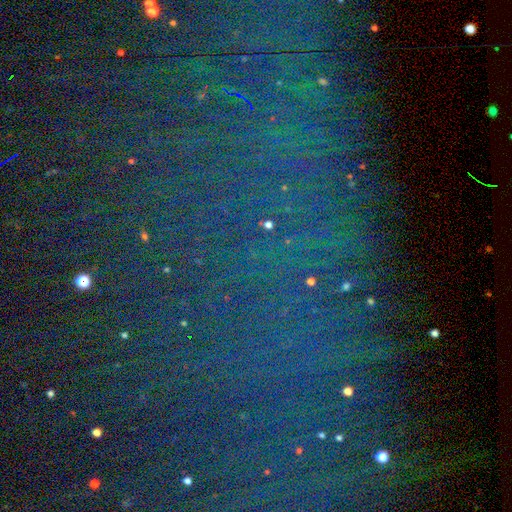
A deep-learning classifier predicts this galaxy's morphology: smooth_or_featured: star or artifact (p=0.81) [alt: smooth p=0.11]